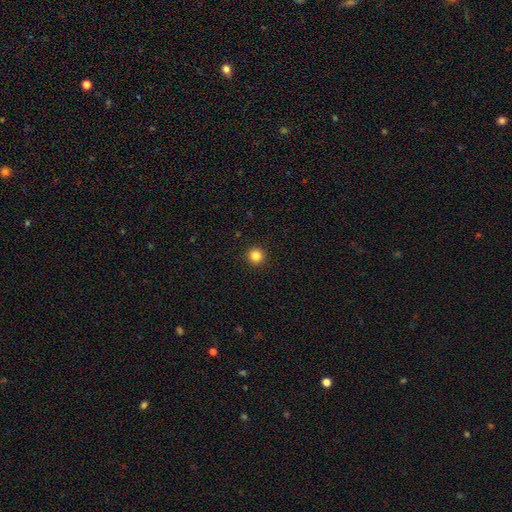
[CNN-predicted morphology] type=smooth (84%); roundness=round (95%); merging=none (93%).